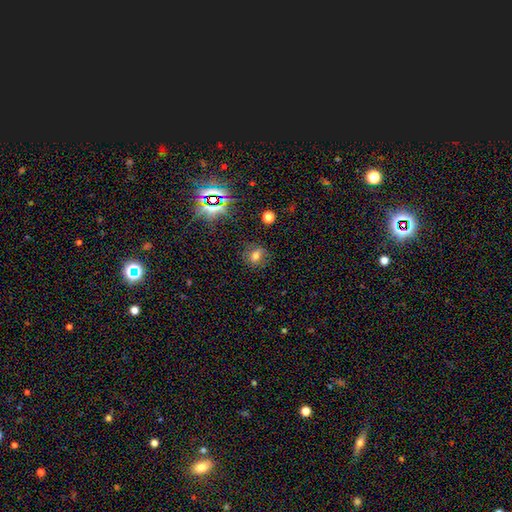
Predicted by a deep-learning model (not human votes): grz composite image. It shows a smooth galaxy with no disk features (59%) that is round (57%). Merging: none (80%).